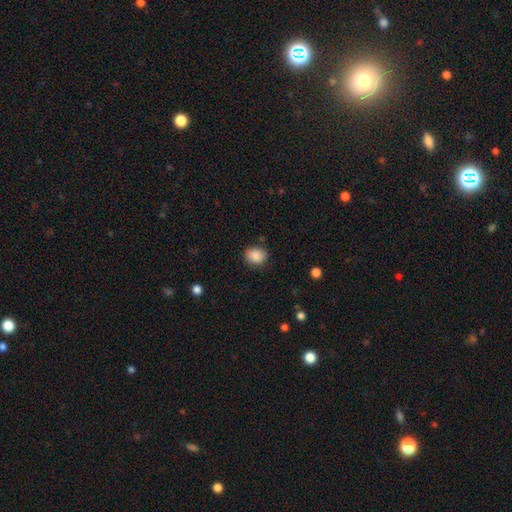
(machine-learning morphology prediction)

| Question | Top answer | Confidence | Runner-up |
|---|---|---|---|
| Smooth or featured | smooth | 88% | star or artifact (8%) |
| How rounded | round | 52% | in between (47%) |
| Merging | none | 82% | minor disturbance (14%) |